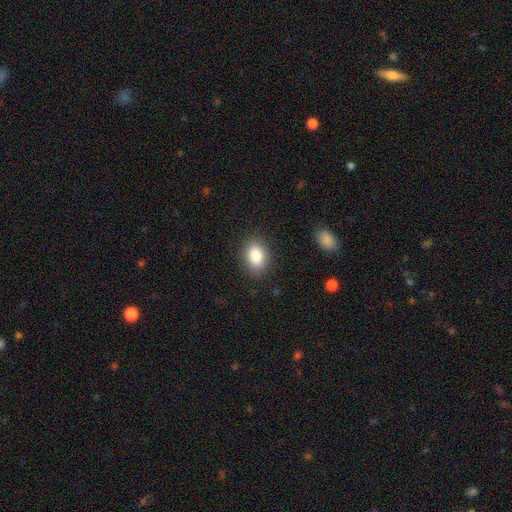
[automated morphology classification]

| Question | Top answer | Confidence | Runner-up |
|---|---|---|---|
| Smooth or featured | smooth | 87% | star or artifact (8%) |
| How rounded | in between | 79% | round (20%) |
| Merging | none | 85% | minor disturbance (10%) |